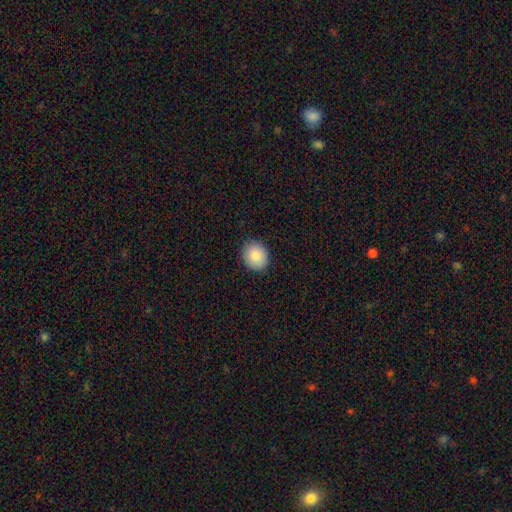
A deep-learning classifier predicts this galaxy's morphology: The model was most divided on "how rounded": round: 75%, in between: 24%, cigar-shaped: 1%. More confident: merging — none (87%); smooth or featured — smooth (85%).